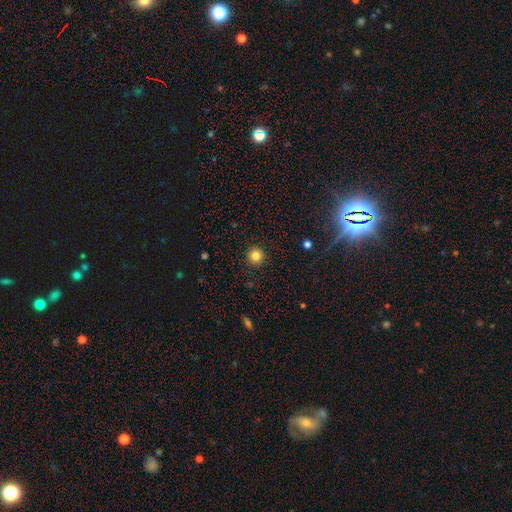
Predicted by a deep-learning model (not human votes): Smooth or featured? smooth (83%)
How rounded? round (95%)
Merging? none (93%)